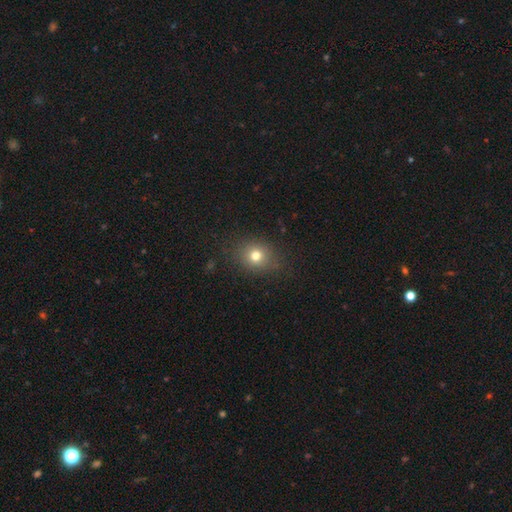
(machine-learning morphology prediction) smooth 75%, star or artifact 15%, featured or disk 10%. Down the decision tree: how rounded — round (69%); merging — none (84%).